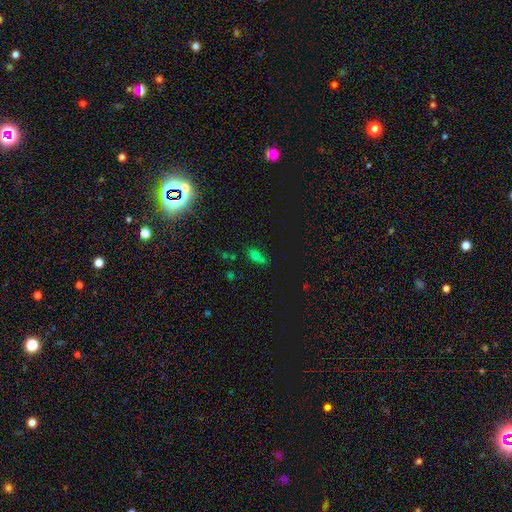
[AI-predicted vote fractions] Overall: smooth (57%; star or artifact 30%). How rounded: in between (72%). Merging: none (50%; merger 23%).